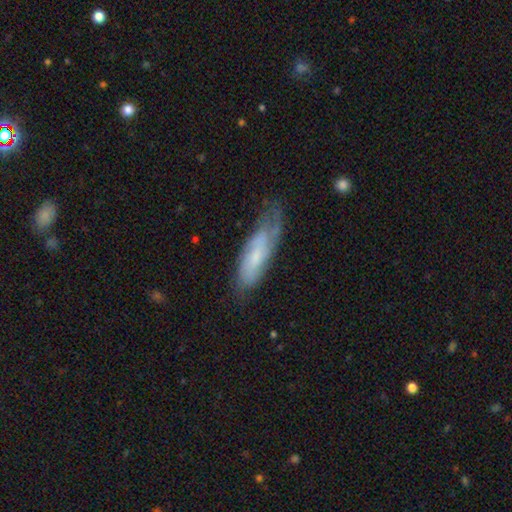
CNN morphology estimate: The model was most divided on "smooth or featured": smooth: 48%, featured or disk: 45%, star or artifact: 7%. Remaining: merging — none (44%).